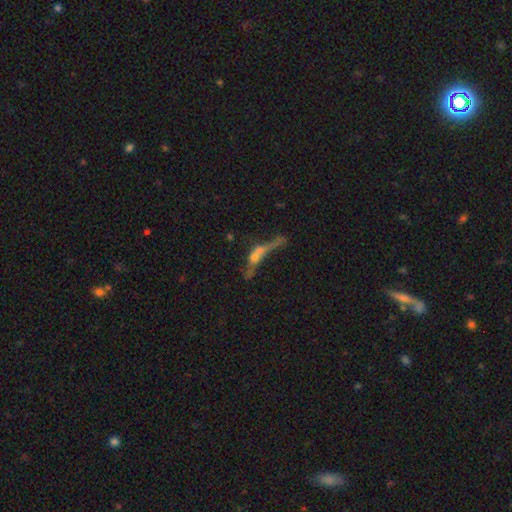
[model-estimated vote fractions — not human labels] Smooth or featured? featured or disk (51%)
Edge-on disk? no (63%)
Merging? merger (37%)